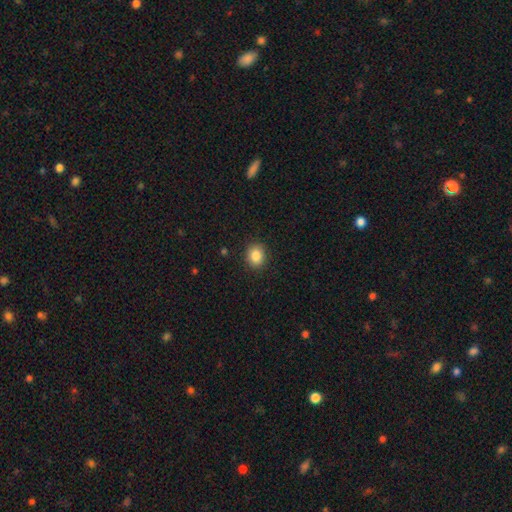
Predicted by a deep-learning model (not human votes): smooth-or-featured: smooth: 86% | star or artifact: 9% | featured or disk: 5%
  how-rounded: round: 67% | in between: 32% | cigar-shaped: 1%
  merging: none: 89% | minor disturbance: 8% | major disturbance: 2% | merger: 1%